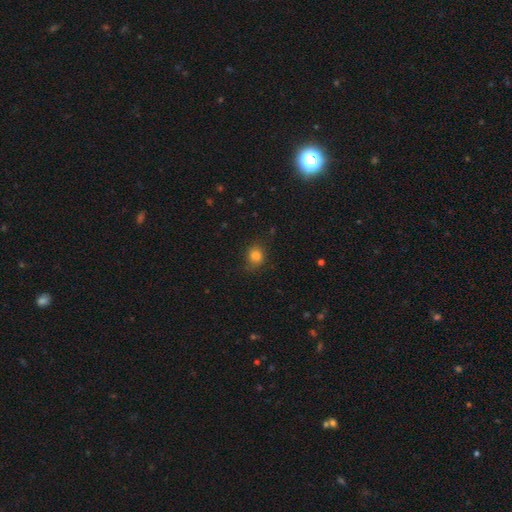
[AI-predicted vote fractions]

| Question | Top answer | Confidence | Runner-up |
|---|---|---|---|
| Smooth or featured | smooth | 82% | star or artifact (12%) |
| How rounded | round | 66% | in between (33%) |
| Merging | none | 79% | minor disturbance (16%) |